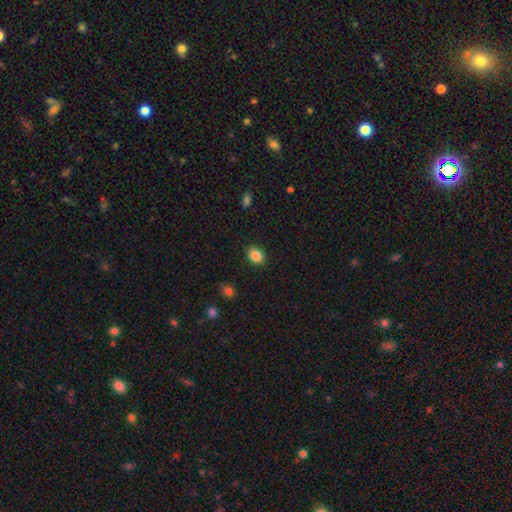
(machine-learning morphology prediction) smooth_or_featured: smooth (p=0.86) [alt: star or artifact p=0.09]
how_rounded: in between (p=0.77) [alt: round p=0.22]
merging: none (p=0.88) [alt: minor disturbance p=0.09]